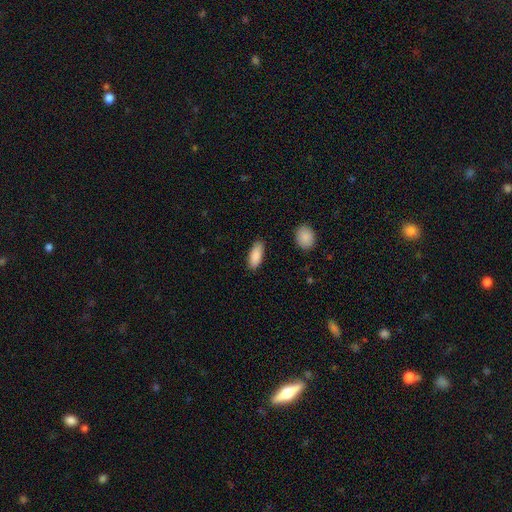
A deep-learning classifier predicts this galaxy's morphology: type=smooth (89%); roundness=in between (80%); merging=none (86%).